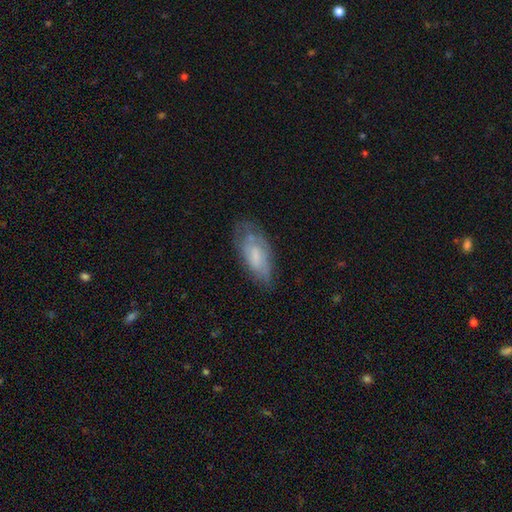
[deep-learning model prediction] This is possibly a smooth galaxy (53%). How rounded: clearly in between (83%). Merging: possibly none (58%).